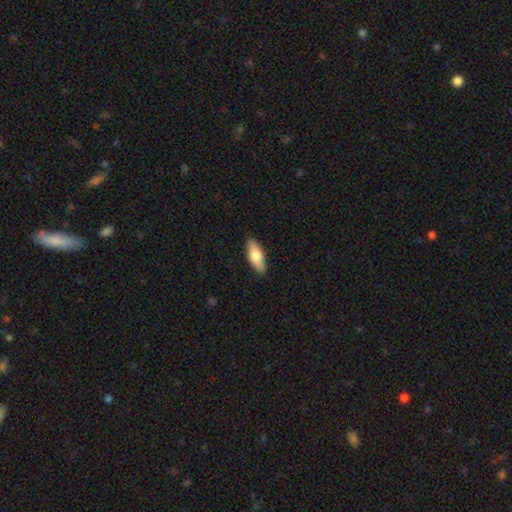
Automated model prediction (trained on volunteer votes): This appears to be a smooth galaxy with no disk features (69%) that is in between round and cigar-shaped (67%). Merging: none (89%).